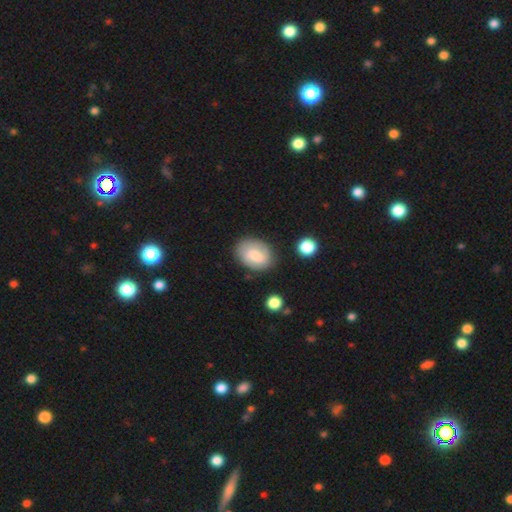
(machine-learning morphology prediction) Smooth or featured: smooth — 59% (featured or disk — 34%)
How rounded: in between — 73% (round — 26%)
Merging: none — 74% (minor disturbance — 18%)